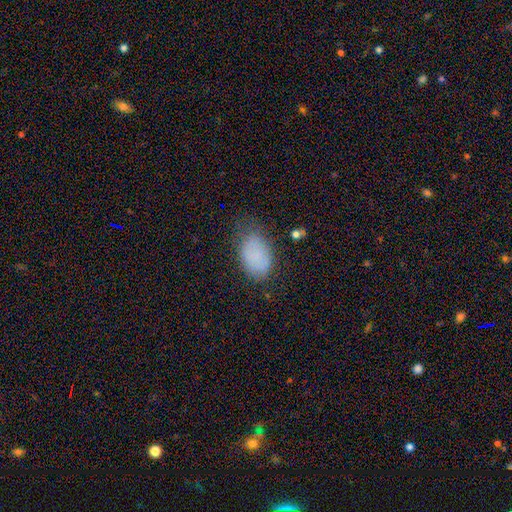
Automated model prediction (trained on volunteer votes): Morphology: type=smooth (82%); roundness=in between (88%); merging=none (62%).